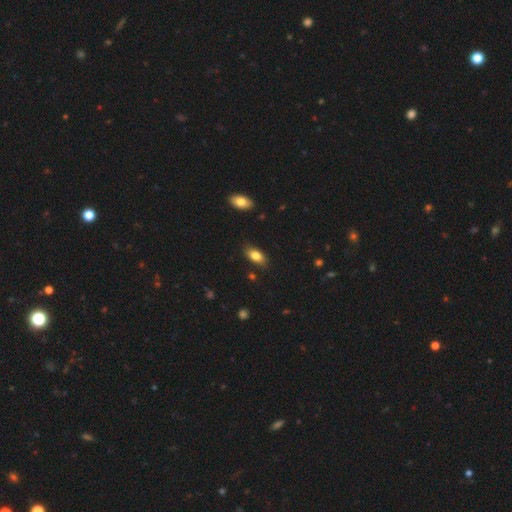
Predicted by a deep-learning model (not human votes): Q: Smooth or featured?
A: smooth (82%); runner-up: featured or disk (11%)
Q: How rounded?
A: in between (89%); runner-up: cigar-shaped (6%)
Q: Merging?
A: none (84%); runner-up: minor disturbance (12%)